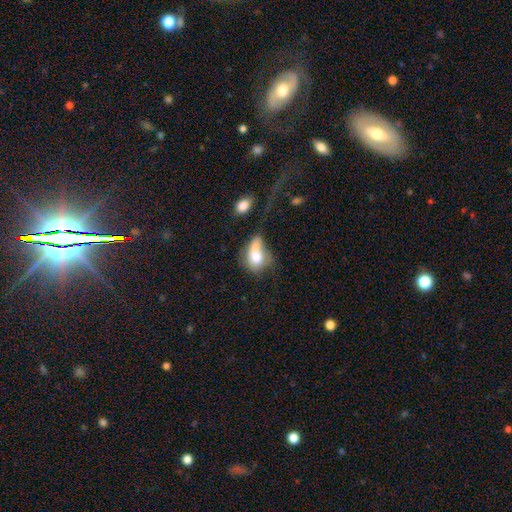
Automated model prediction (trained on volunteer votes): smooth-or-featured: smooth: 67% | featured or disk: 24% | star or artifact: 9%
  how-rounded: in between: 77% | round: 20% | cigar-shaped: 3%
  merging: major disturbance: 35% | minor disturbance: 23% | none: 21% | merger: 20%